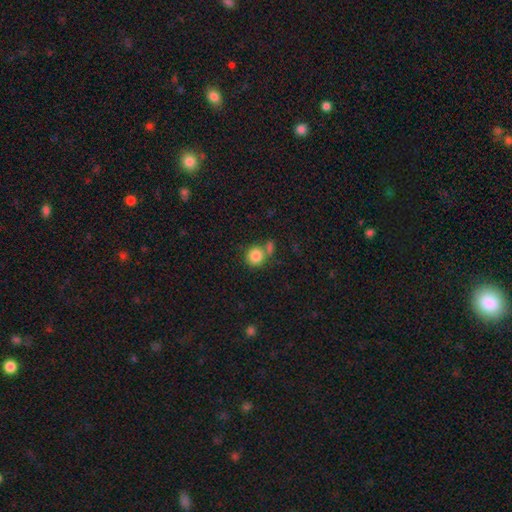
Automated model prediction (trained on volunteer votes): smooth 84%, star or artifact 10%, featured or disk 6%. Down the decision tree: how rounded — round (89%); merging — none (61%).